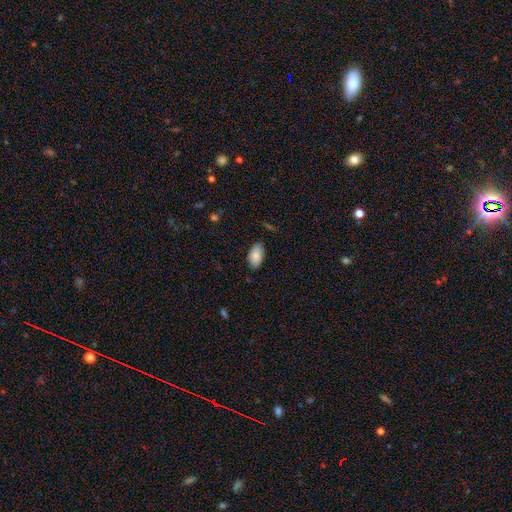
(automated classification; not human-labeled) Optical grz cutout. It shows a smooth galaxy with no disk features (85%) that is in between round and cigar-shaped (94%). Merging: none (76%).